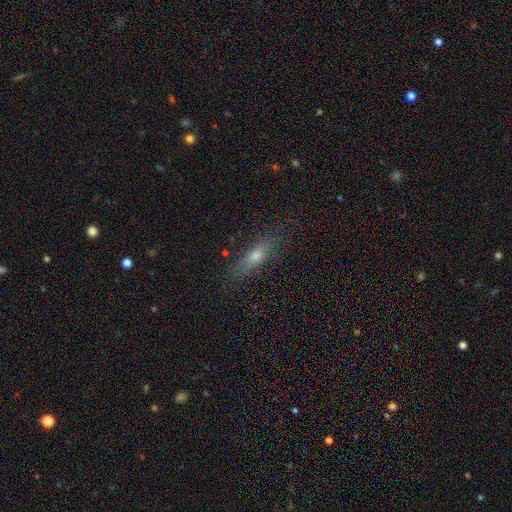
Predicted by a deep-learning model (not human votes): This is likely a smooth galaxy (60%). How rounded: possibly cigar-shaped (58%). Merging: likely none (78%).